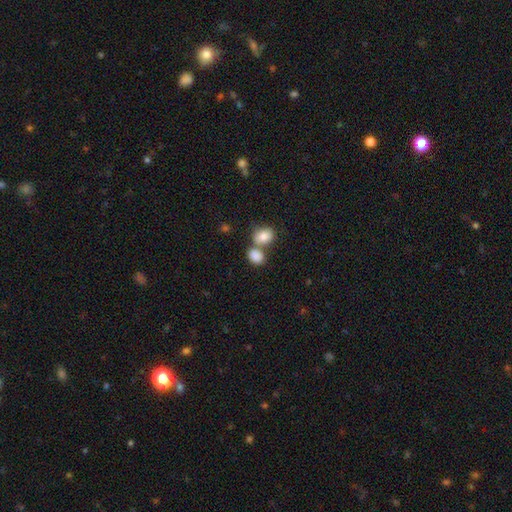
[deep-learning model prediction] This is clearly a smooth galaxy (85%). How rounded: likely in between (68%). Merging: possibly merger (50%).